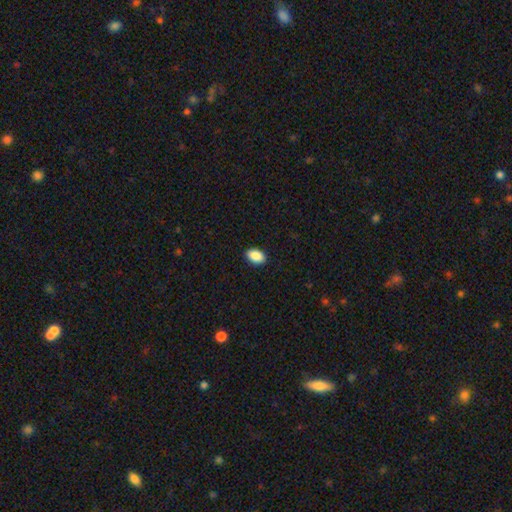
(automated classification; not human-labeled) smooth 90%, star or artifact 7%, featured or disk 3%. Down the decision tree: how rounded — in between (90%); merging — none (90%).